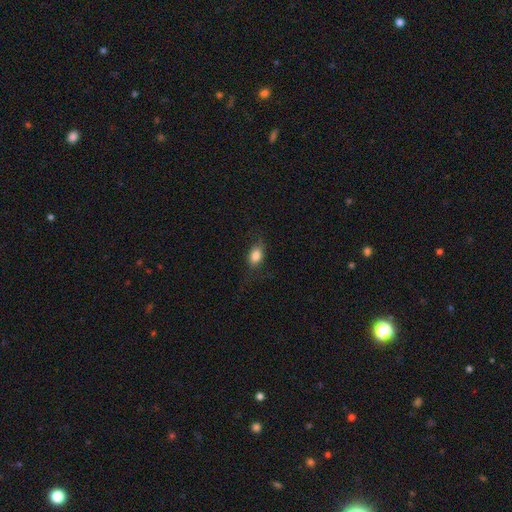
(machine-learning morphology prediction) smooth_or_featured: smooth (p=0.80) [alt: featured or disk p=0.11]
how_rounded: in between (p=0.79) [alt: round p=0.17]
merging: none (p=0.68) [alt: minor disturbance p=0.21]